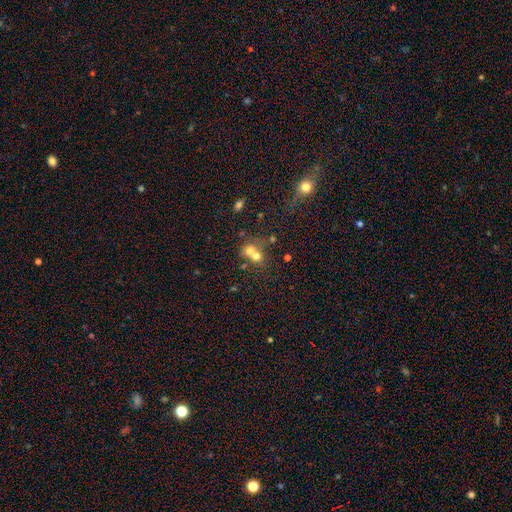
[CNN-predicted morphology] Q: Smooth or featured?
A: smooth (65%); runner-up: featured or disk (19%)
Q: How rounded?
A: round (74%); runner-up: in between (25%)
Q: Merging?
A: merger (63%); runner-up: none (28%)